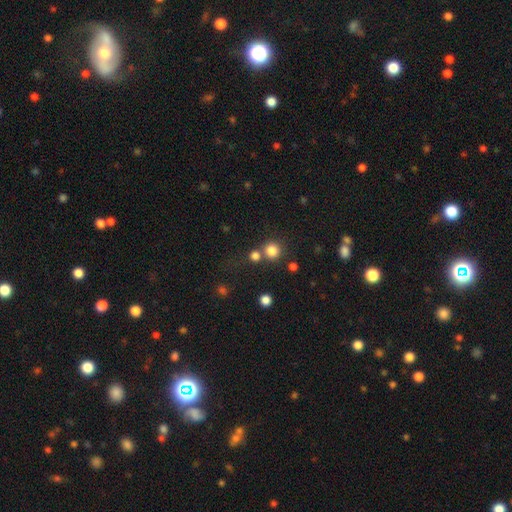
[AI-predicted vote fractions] smooth-or-featured: smooth: 79% | star or artifact: 15% | featured or disk: 6%
  how-rounded: round: 92% | in between: 7% | cigar-shaped: 1%
  merging: none: 66% | merger: 23% | minor disturbance: 7% | major disturbance: 3%